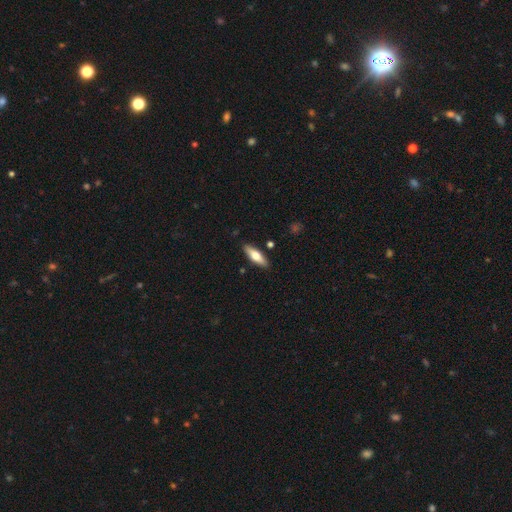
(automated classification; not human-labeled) Smooth or featured: smooth — 61% (featured or disk — 33%)
How rounded: cigar-shaped — 51% (in between — 47%)
Merging: none — 86% (minor disturbance — 9%)